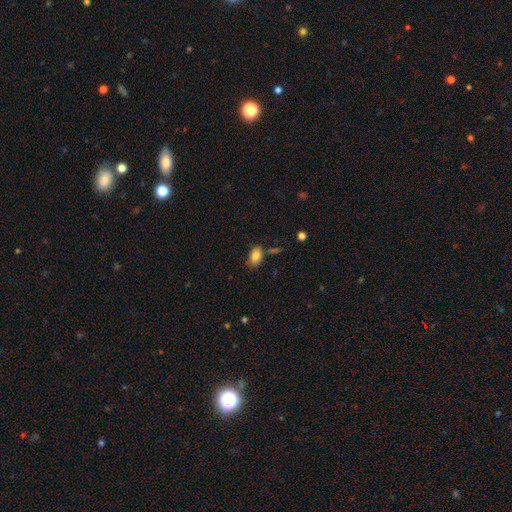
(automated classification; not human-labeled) This is clearly a smooth galaxy (82%). How rounded: clearly in between (88%). Merging: likely none (70%).